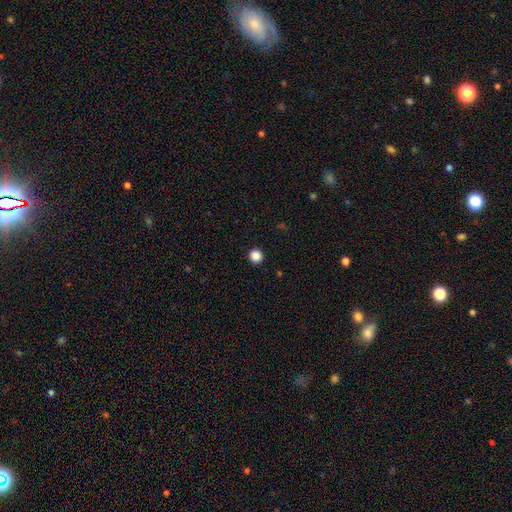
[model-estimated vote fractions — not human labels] Q: Smooth or featured?
A: smooth (86%); runner-up: star or artifact (11%)
Q: How rounded?
A: round (96%); runner-up: in between (3%)
Q: Merging?
A: none (94%); runner-up: minor disturbance (4%)